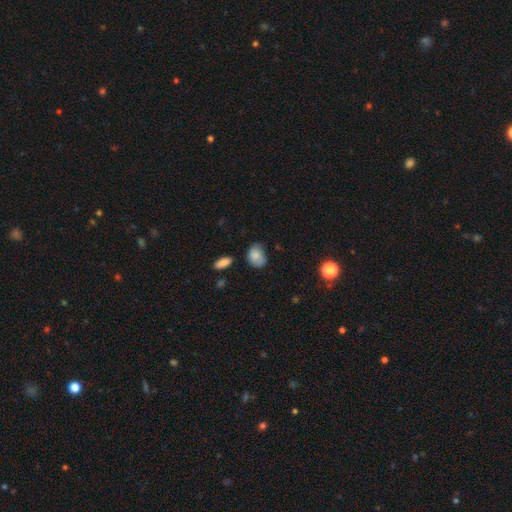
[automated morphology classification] smooth-or-featured: smooth: 80% | featured or disk: 11% | star or artifact: 8%
  how-rounded: in between: 68% | round: 31% | cigar-shaped: 1%
  merging: none: 54% | minor disturbance: 35% | major disturbance: 8% | merger: 3%